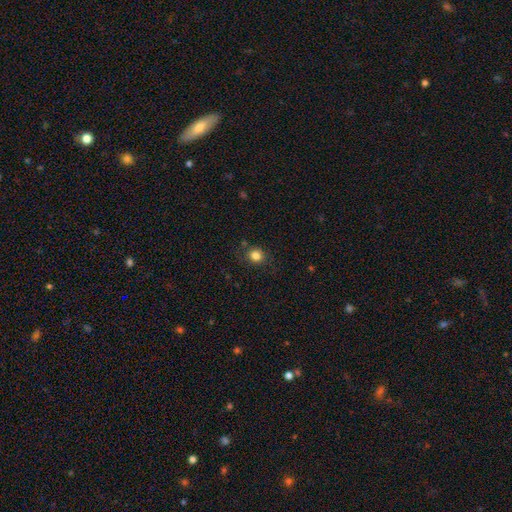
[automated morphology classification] Overall: smooth (82%). How rounded: round (81%). Merging: none (83%).